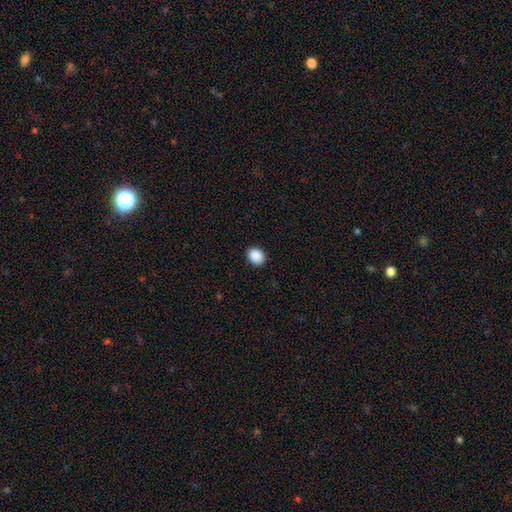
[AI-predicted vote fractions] Morphology: type=smooth (90%); roundness=in between (50%); merging=none (91%).